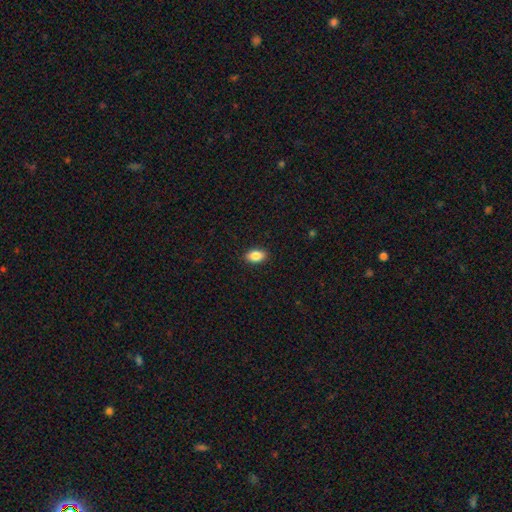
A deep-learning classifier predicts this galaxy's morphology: type=smooth (87%); roundness=in between (90%); merging=none (90%).